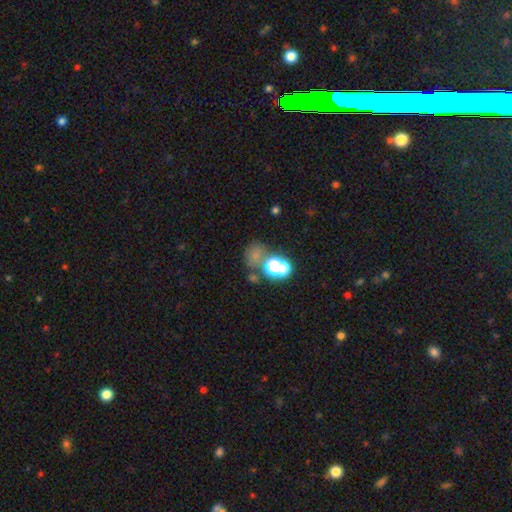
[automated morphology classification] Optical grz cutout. It shows a smooth galaxy with no disk features (56%) that is round (62%). Merging: none (46%).